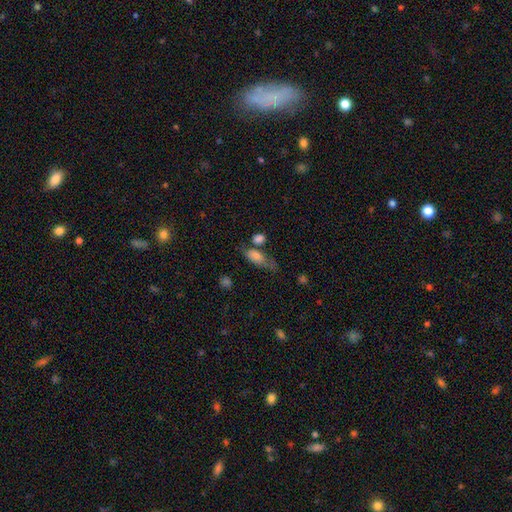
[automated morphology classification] A smooth galaxy with no disk features (75%) that is in between round and cigar-shaped (80%).

Vote fractions:
- Smooth or featured? smooth: 75% / featured or disk: 15% / star or artifact: 10%
- How rounded? in between: 80% / cigar-shaped: 13% / round: 7%
- Merging? none: 40% / minor disturbance: 24% / merger: 20% / major disturbance: 16%